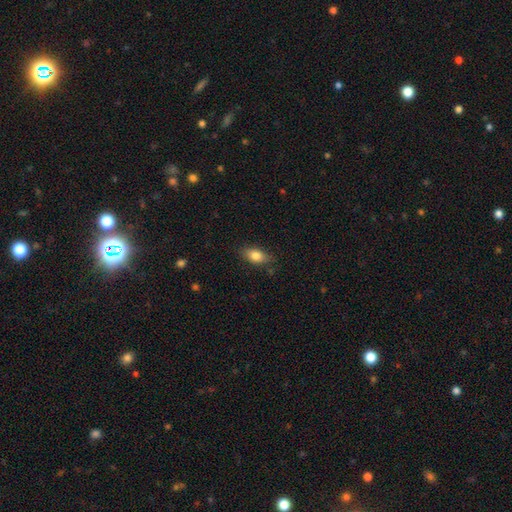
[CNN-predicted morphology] The model was most divided on "merging": none: 81%, minor disturbance: 14%, major disturbance: 3%, merger: 1%. More confident: how rounded — in between (85%); smooth or featured — smooth (80%).